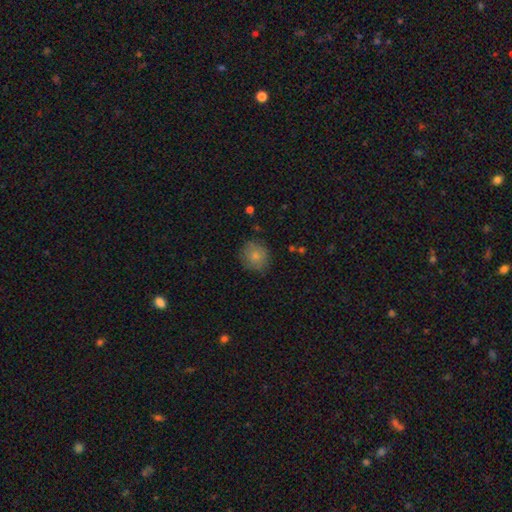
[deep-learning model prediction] smooth_or_featured: smooth (p=0.79) [alt: featured or disk p=0.13]
how_rounded: round (p=0.83) [alt: in between p=0.16]
merging: none (p=0.77) [alt: minor disturbance p=0.17]